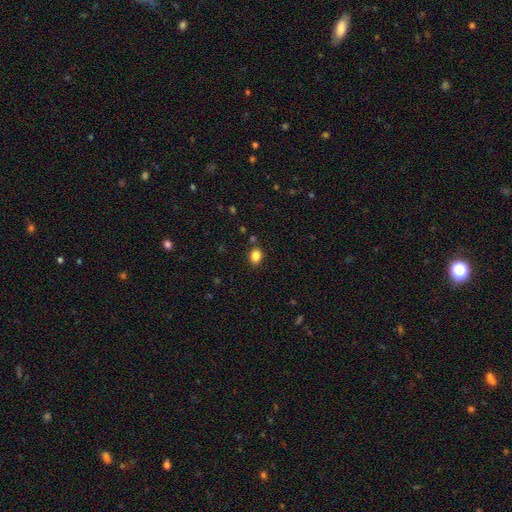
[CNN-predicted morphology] This appears to be a smooth galaxy with no disk features (85%) that is in between round and cigar-shaped (60%). Merging: none (85%).